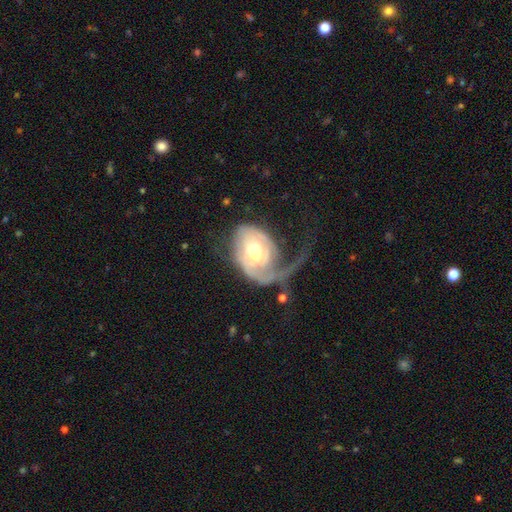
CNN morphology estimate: type=featured or disk (72%); edge-on=no (96%); bar=no (71%); spiral arms=yes (67%); bulge=moderate (64%); merging=merger (46%).